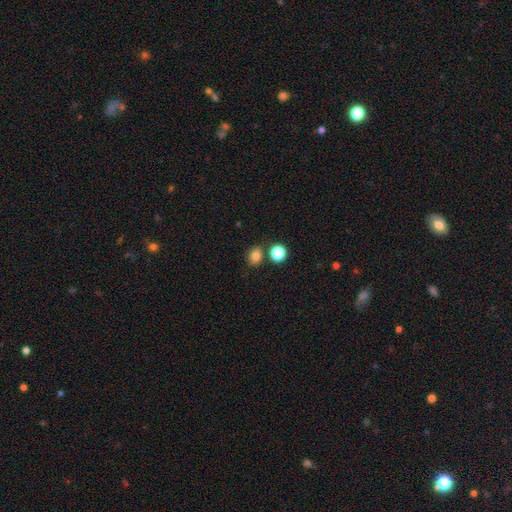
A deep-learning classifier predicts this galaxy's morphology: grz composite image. It shows a smooth galaxy with no disk features (81%) that is round (56%). Merging: none (75%).